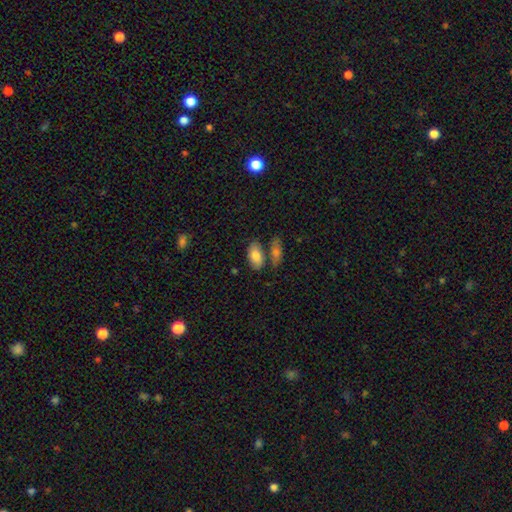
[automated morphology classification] A smooth galaxy with no disk features (83%) that is in between round and cigar-shaped (93%).

Vote fractions:
- Smooth or featured? smooth: 83% / featured or disk: 10% / star or artifact: 7%
- How rounded? in between: 93% / round: 4% / cigar-shaped: 3%
- Merging? none: 59% / merger: 21% / minor disturbance: 15% / major disturbance: 5%